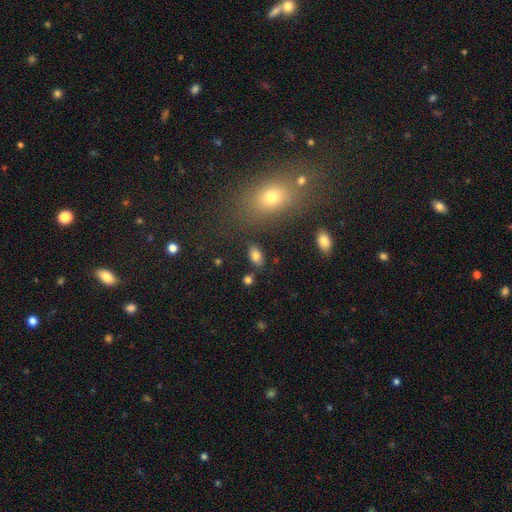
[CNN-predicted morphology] This appears to be a smooth galaxy with no disk features (81%) that is in between round and cigar-shaped (90%). Merging: none (82%).